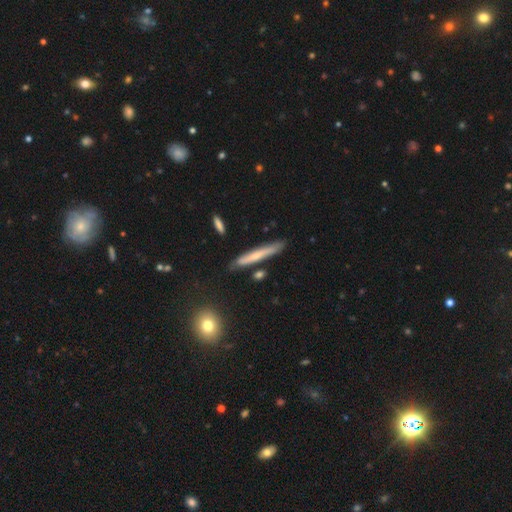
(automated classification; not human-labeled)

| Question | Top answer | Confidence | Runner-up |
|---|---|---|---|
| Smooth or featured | smooth | 58% | featured or disk (35%) |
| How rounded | cigar-shaped | 94% | in between (4%) |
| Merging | none | 78% | minor disturbance (15%) |